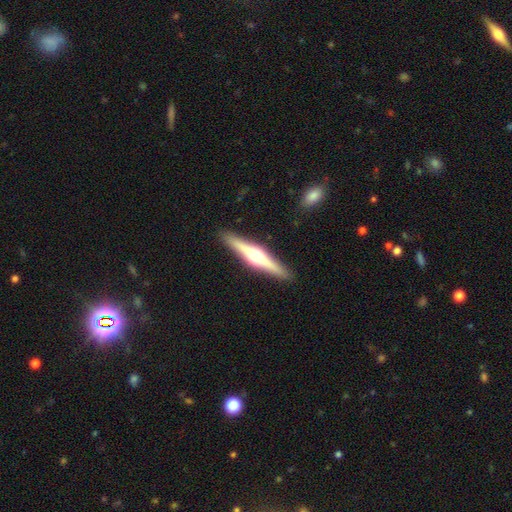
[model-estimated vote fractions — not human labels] Smooth or featured?
  - featured or disk: 70% *
  - smooth: 24%
  - star or artifact: 5%
Edge-on disk?
  - yes: 97% *
  - no: 3%
Edge-on bulge?
  - rounded: 93% *
  - boxy: 4%
  - none: 3%
Merging?
  - none: 91% *
  - minor disturbance: 7%
  - major disturbance: 2%
  - merger: 1%